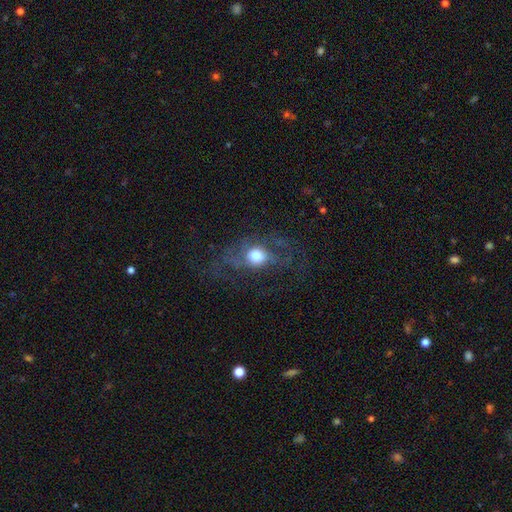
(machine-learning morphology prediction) A smooth galaxy with no disk features (45%).

Vote fractions:
- Smooth or featured? smooth: 45% / featured or disk: 41% / star or artifact: 14%
- Merging? none: 44% / major disturbance: 35% / minor disturbance: 19% / merger: 2%